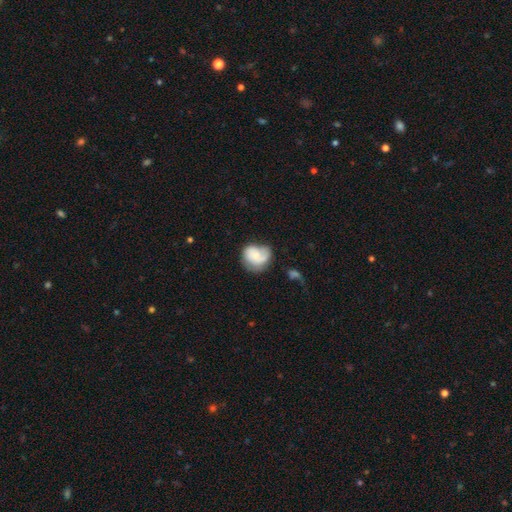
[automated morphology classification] Smooth or featured: smooth — 51% (featured or disk — 41%)
How rounded: round — 59% (in between — 40%)
Merging: none — 41% (minor disturbance — 30%)